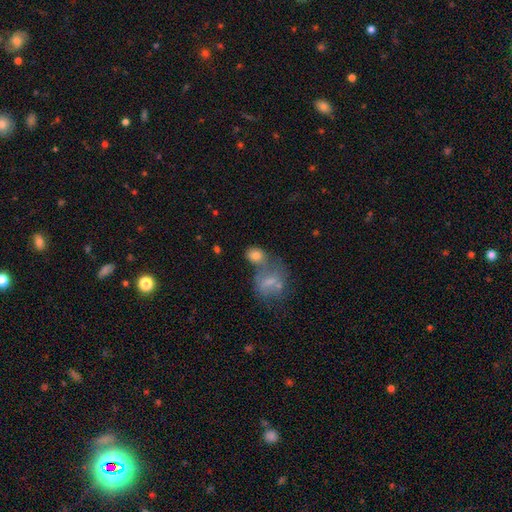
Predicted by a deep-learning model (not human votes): This is likely a smooth galaxy (73%). How rounded: possibly in between (50%). Merging: marginally merger (42%).